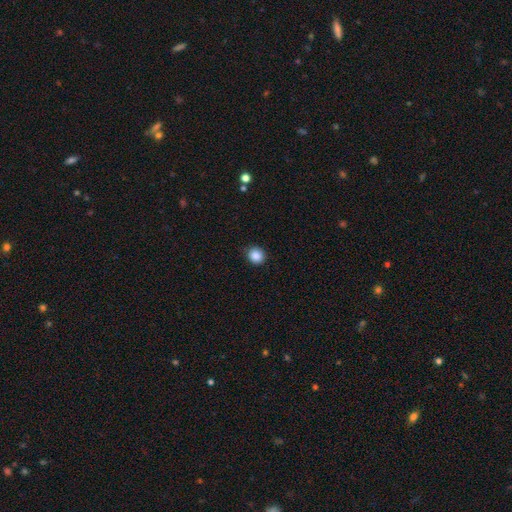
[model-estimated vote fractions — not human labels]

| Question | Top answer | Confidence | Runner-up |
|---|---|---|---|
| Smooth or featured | smooth | 87% | star or artifact (10%) |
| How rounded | round | 83% | in between (16%) |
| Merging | none | 87% | minor disturbance (10%) |